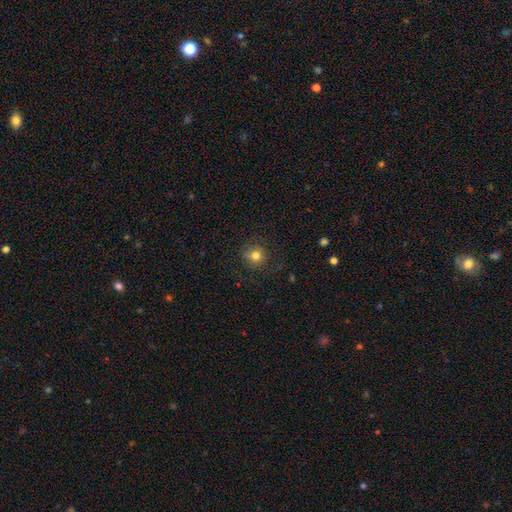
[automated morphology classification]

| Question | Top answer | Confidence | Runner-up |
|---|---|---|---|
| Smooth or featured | smooth | 79% | star or artifact (13%) |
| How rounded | round | 89% | in between (10%) |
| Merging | none | 83% | minor disturbance (11%) |